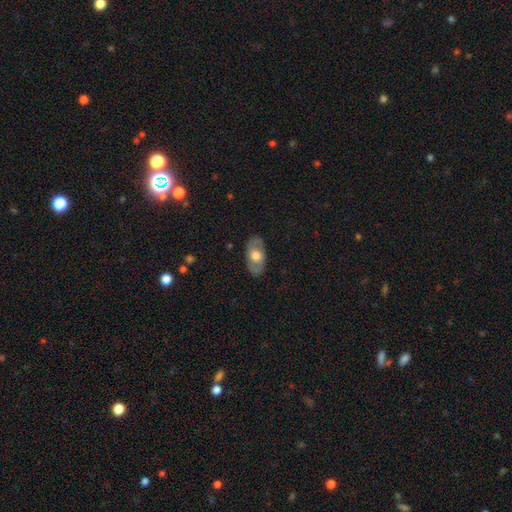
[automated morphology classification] Smooth or featured? Predicted: smooth (p=0.50). Merging? Predicted: none (p=0.83).